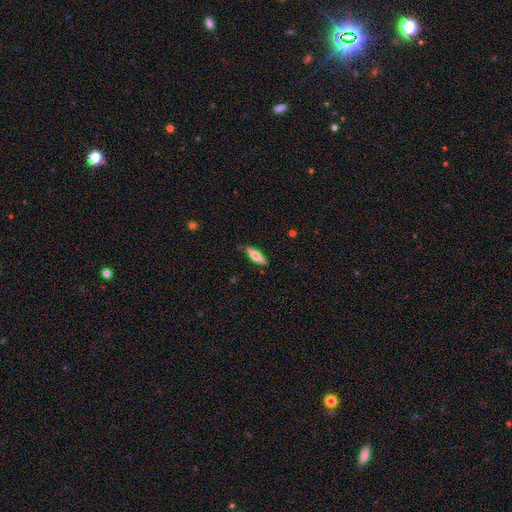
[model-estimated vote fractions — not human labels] Morphology: type=smooth (61%); roundness=cigar-shaped (64%); merging=none (84%).